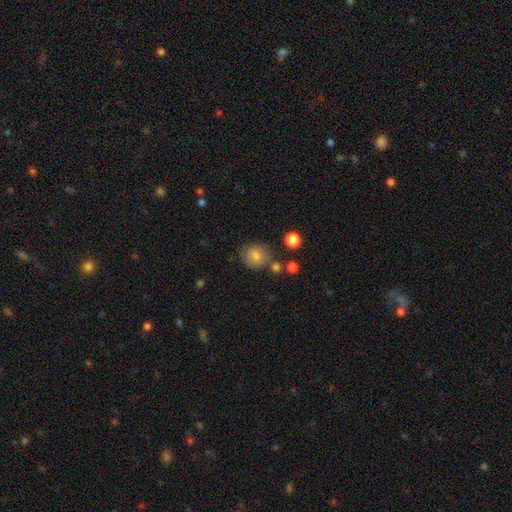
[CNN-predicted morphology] Overall: smooth (72%). How rounded: round (85%). Merging: none (74%).